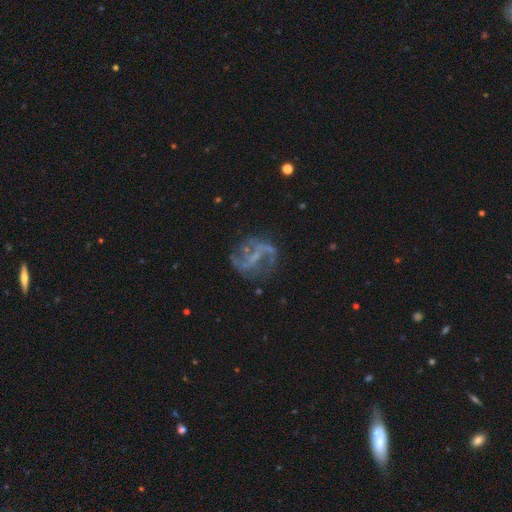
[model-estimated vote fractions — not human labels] This is clearly a featured or disk galaxy (81%). It is clearly not viewed edge-on (97%). Bar: marginally weak (42%). Spiral arm pattern: clearly yes (87%). Spiral arm count: likely 2 (78%). Spiral winding: likely loose (61%). Central bulge: possibly none (51%). Merging: likely none (67%).